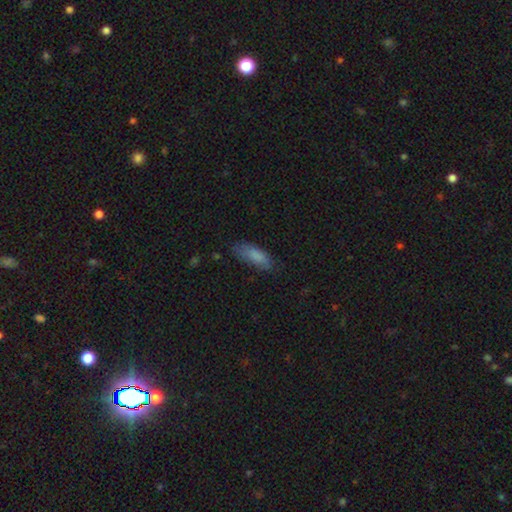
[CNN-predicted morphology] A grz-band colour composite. It shows a smooth galaxy with no disk features (82%) that is in between round and cigar-shaped (65%). Merging: none (66%).